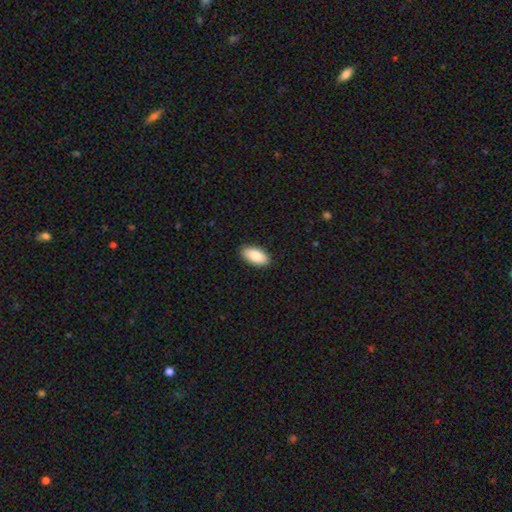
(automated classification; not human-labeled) Morphology: type=smooth (89%); roundness=in between (94%); merging=none (90%).